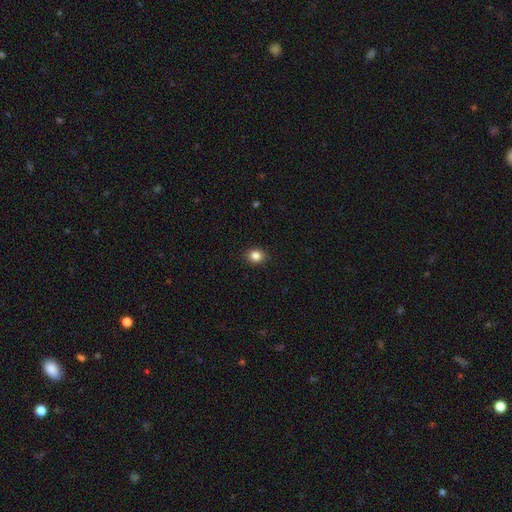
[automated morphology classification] Smooth or featured? smooth (84%)
How rounded? round (66%)
Merging? none (90%)